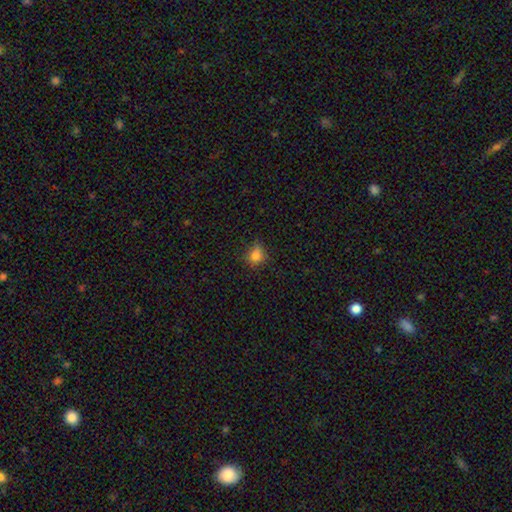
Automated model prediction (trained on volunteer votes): This is clearly a smooth galaxy (80%). How rounded: likely round (63%). Merging: likely none (69%).